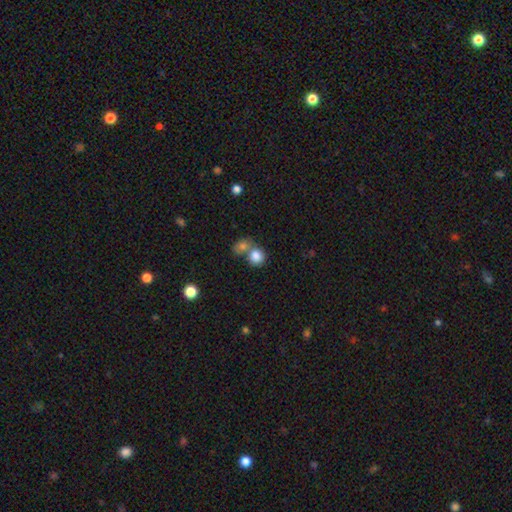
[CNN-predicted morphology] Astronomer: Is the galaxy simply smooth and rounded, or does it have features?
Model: smooth — 83%.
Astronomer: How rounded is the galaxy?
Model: round — 79%.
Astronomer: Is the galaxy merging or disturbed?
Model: merger — 47% (runner-up: none, 41%).